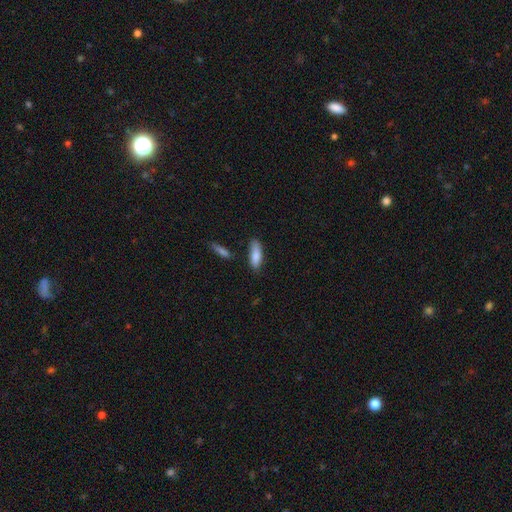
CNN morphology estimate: Smooth or featured? smooth (84%)
How rounded? in between (61%)
Merging? none (74%)